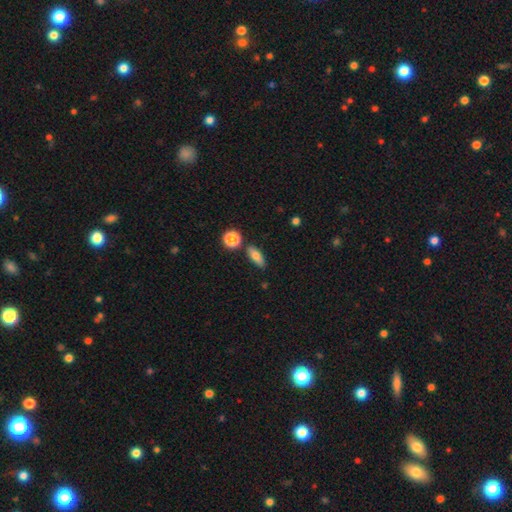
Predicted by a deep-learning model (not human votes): A smooth galaxy with no disk features (75%) that is in between round and cigar-shaped (63%). Merging: none (78%).